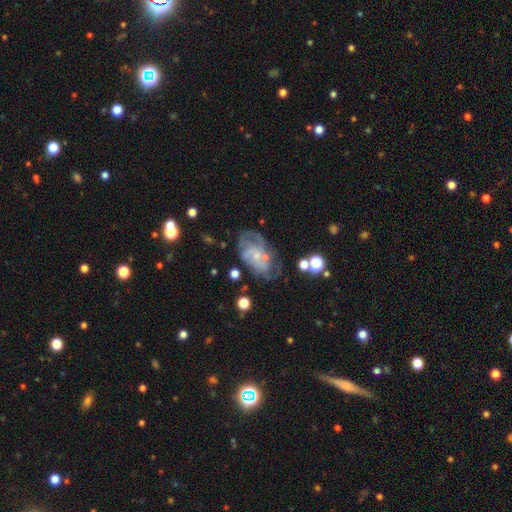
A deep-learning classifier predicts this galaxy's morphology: This appears to be a featured or disk galaxy (72%) with no bar (72%), tight (47%) spiral arms (79%) and a small central bulge (70%). Merging: none (49%).